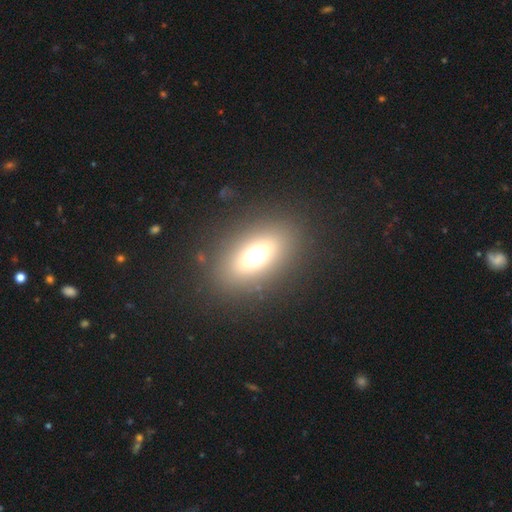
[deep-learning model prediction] This is possibly a smooth galaxy (59%). How rounded: likely in between (72%). Merging: clearly none (85%).